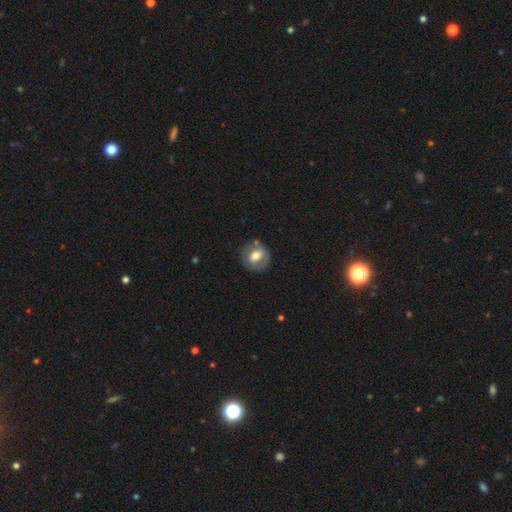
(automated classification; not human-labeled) Smooth or featured: smooth — 57% (featured or disk — 36%)
How rounded: round — 75% (in between — 24%)
Merging: none — 74% (minor disturbance — 16%)